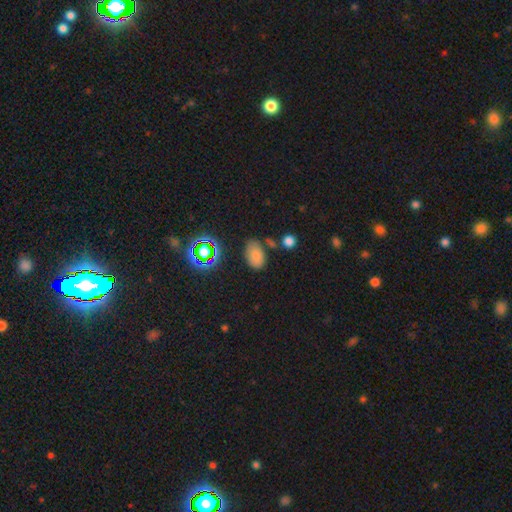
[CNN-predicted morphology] Smooth or featured? smooth (72%)
How rounded? in between (88%)
Merging? none (71%)